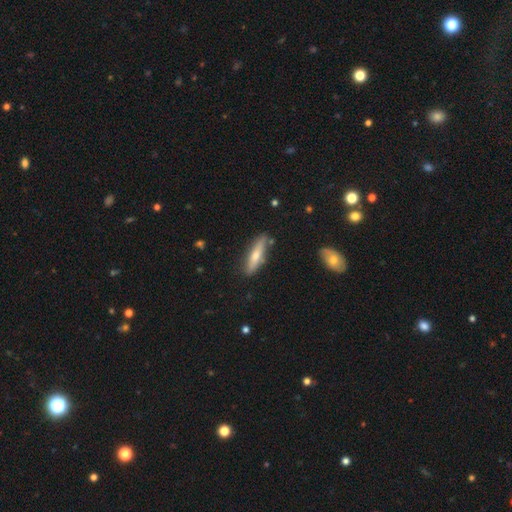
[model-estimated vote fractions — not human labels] Smooth or featured? Predicted: smooth (p=0.50). How rounded? Predicted: cigar-shaped (p=0.75). Merging? Predicted: none (p=0.81).